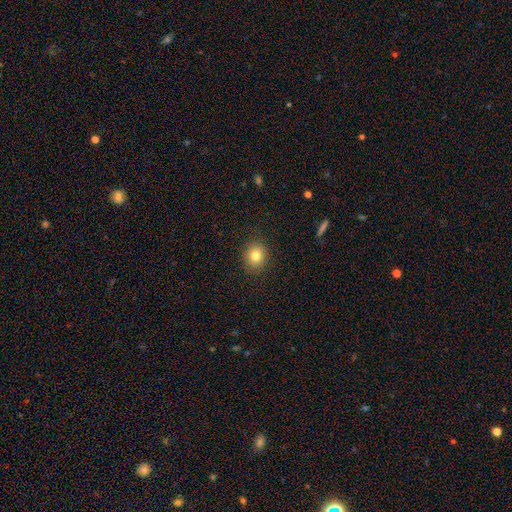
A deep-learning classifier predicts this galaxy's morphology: A smooth galaxy with no disk features (81%) that is round (74%). Merging: none (90%).